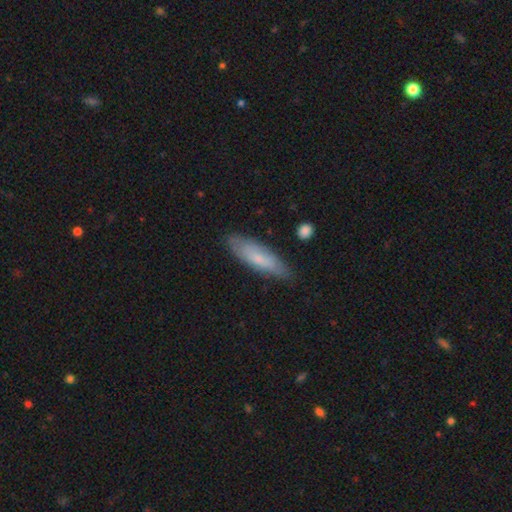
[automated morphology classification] This is likely a smooth galaxy (64%). How rounded: likely cigar-shaped (61%). Merging: clearly none (81%).